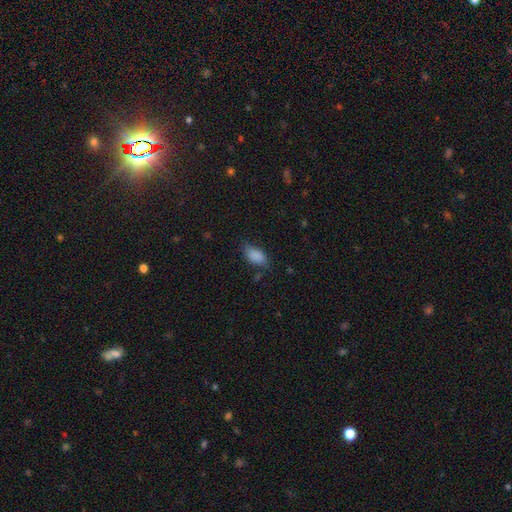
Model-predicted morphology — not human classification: A smooth galaxy with no disk features (84%) that is in between round and cigar-shaped (91%). Merging: none (59%).